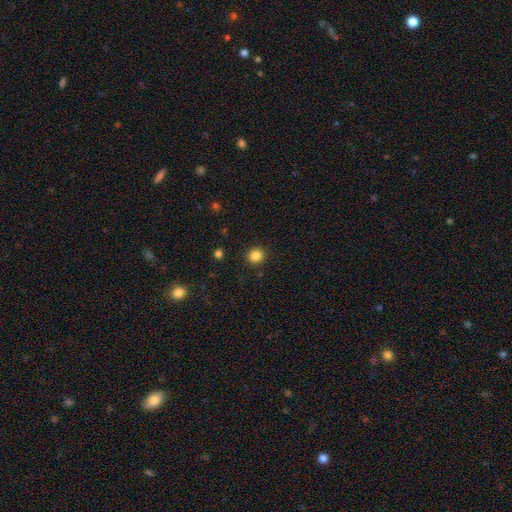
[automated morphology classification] Overall: smooth (84%). How rounded: round (88%). Merging: none (91%).